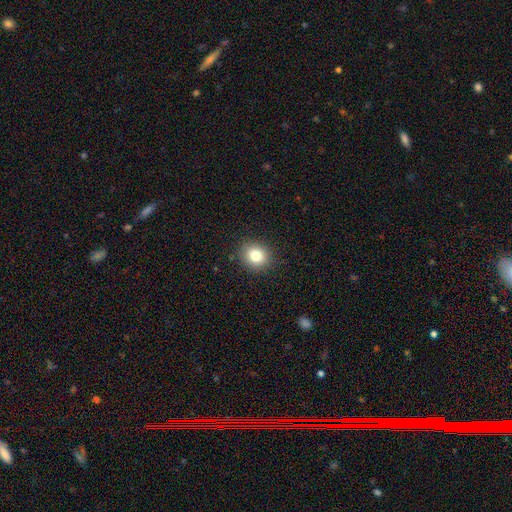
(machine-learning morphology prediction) Overall: smooth (81%). How rounded: round (80%). Merging: none (90%).